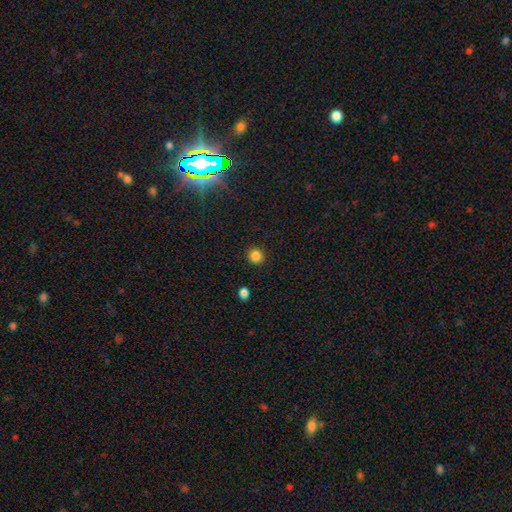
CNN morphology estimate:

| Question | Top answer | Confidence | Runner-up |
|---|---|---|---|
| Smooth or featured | smooth | 84% | star or artifact (12%) |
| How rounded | round | 90% | in between (9%) |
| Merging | none | 91% | minor disturbance (6%) |